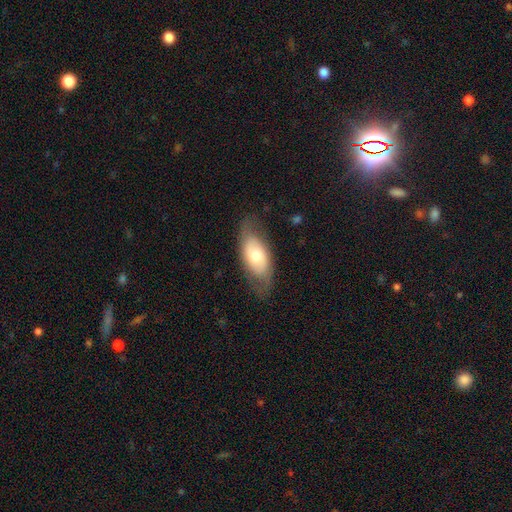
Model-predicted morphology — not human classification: A smooth galaxy with no disk features (57%) that is in between round and cigar-shaped (88%).

Vote fractions:
- Smooth or featured? smooth: 57% / featured or disk: 37% / star or artifact: 6%
- How rounded? in between: 88% / cigar-shaped: 7% / round: 4%
- Merging? none: 73% / minor disturbance: 19% / major disturbance: 7% / merger: 1%